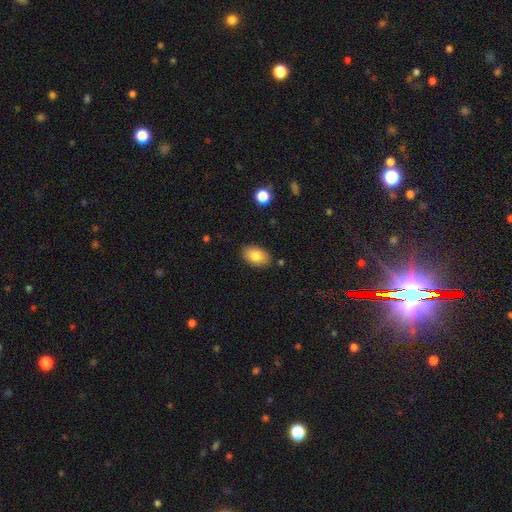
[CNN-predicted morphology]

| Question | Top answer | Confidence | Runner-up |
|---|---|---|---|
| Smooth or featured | smooth | 83% | featured or disk (9%) |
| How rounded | in between | 89% | round (10%) |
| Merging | none | 85% | minor disturbance (11%) |